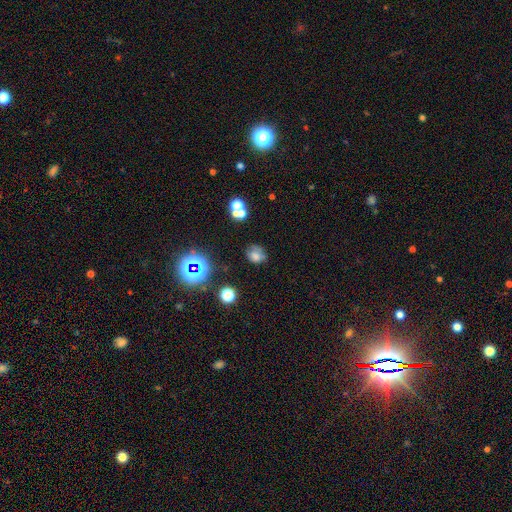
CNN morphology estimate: Smooth or featured: smooth — 63% (star or artifact — 20%)
How rounded: round — 58% (in between — 41%)
Merging: none — 54% (minor disturbance — 25%)